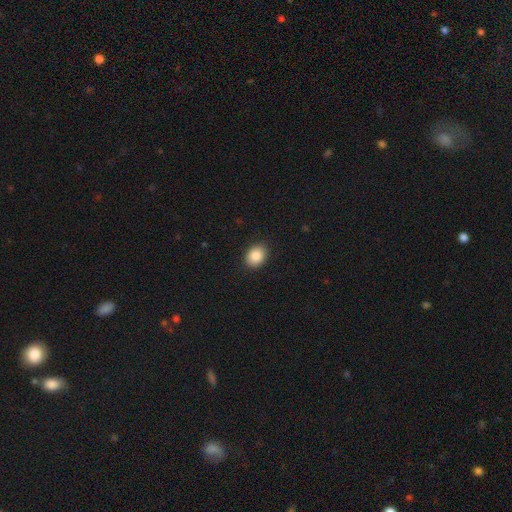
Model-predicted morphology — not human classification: This appears to be a smooth galaxy with no disk features (88%) that is in between round and cigar-shaped (62%). Merging: none (87%).